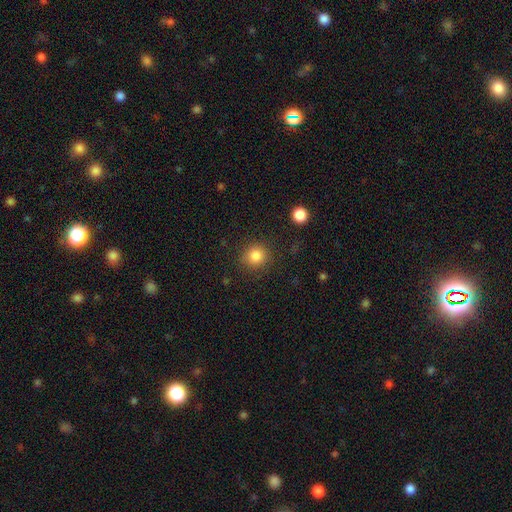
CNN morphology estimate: This appears to be a smooth galaxy with no disk features (84%) that is round (88%). Merging: none (87%).